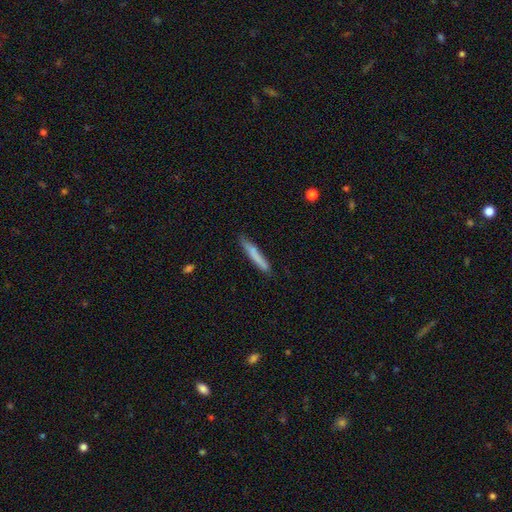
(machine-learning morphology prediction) A smooth galaxy with no disk features (74%) that is cigar-shaped (95%). Merging: none (80%).